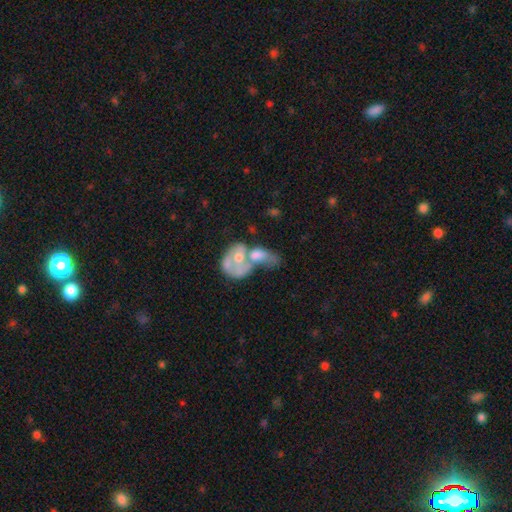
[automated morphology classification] Smooth or featured?
  - featured or disk: 54% *
  - smooth: 37%
  - star or artifact: 9%
Edge-on disk?
  - no: 96% *
  - yes: 4%
Bar?
  - no: 81% *
  - weak: 15%
  - strong: 4%
Spiral arms?
  - no: 69% *
  - yes: 31%
Bulge size?
  - moderate: 55% *
  - small: 23%
  - none: 12%
  - large: 8%
  - dominant: 2%
Merging?
  - merger: 74% *
  - major disturbance: 12%
  - none: 9%
  - minor disturbance: 6%